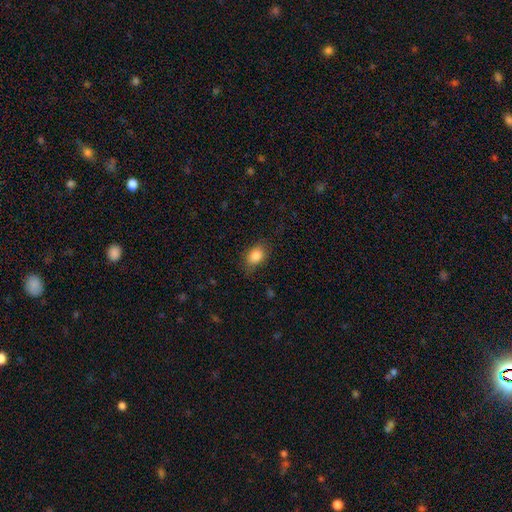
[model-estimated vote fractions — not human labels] Q: Smooth or featured?
A: smooth (85%); runner-up: star or artifact (9%)
Q: How rounded?
A: in between (75%); runner-up: round (23%)
Q: Merging?
A: none (76%); runner-up: minor disturbance (18%)